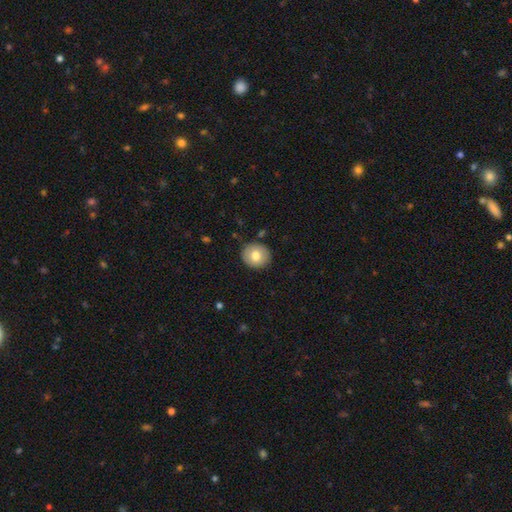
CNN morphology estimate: Overall: smooth (75%). How rounded: round (87%). Merging: none (89%).